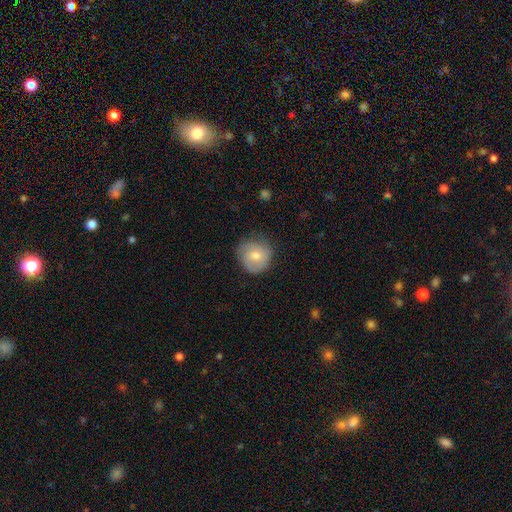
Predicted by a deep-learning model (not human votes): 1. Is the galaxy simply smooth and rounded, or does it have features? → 69% smooth, 25% featured or disk, 7% star or artifact.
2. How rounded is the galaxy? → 86% round, 13% in between, 1% cigar-shaped.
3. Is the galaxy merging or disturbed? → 69% none, 23% minor disturbance, 6% major disturbance, 1% merger.